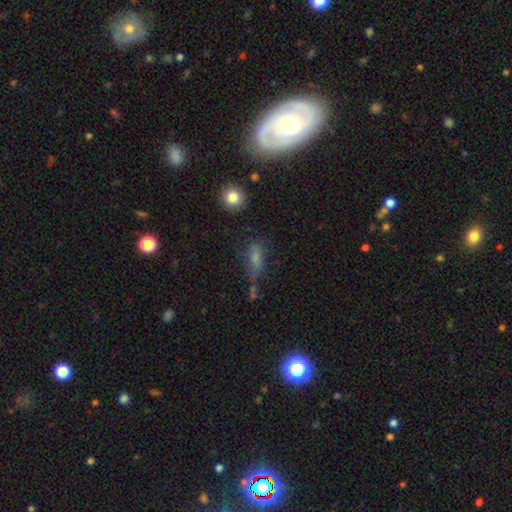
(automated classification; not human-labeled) This is likely a smooth galaxy (64%). How rounded: possibly in between (59%). Merging: marginally none (43%).